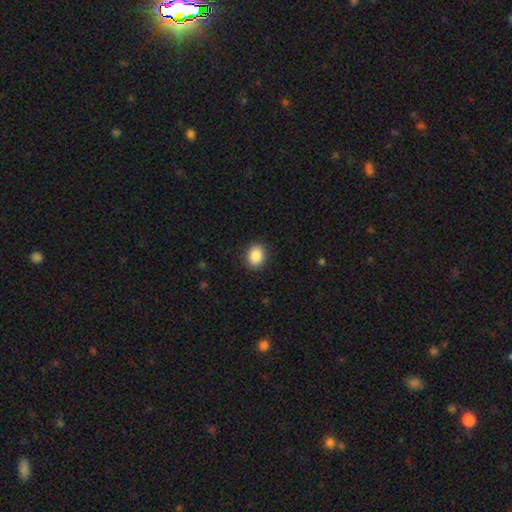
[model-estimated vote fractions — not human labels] Smooth or featured: smooth — 88% (star or artifact — 8%)
How rounded: round — 53% (in between — 46%)
Merging: none — 90% (minor disturbance — 7%)